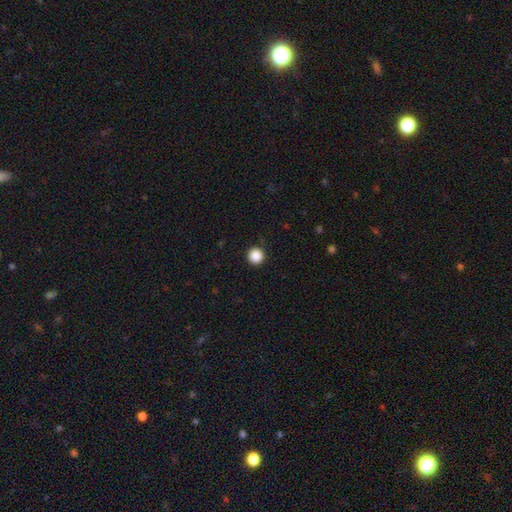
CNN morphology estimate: This is clearly a smooth galaxy (88%). How rounded: clearly round (96%). Merging: clearly none (92%).